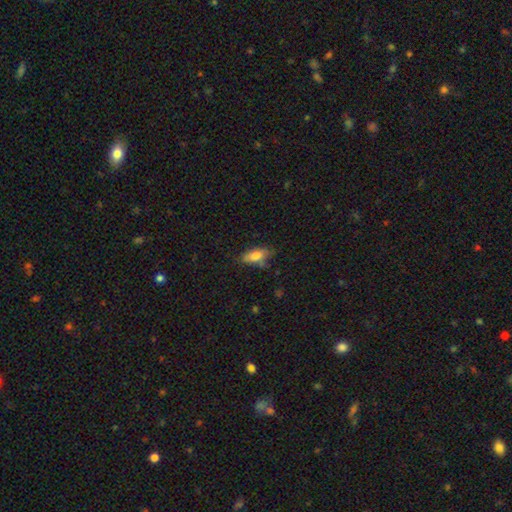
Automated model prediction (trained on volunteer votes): A smooth galaxy with no disk features (76%) that is in between round and cigar-shaped (82%).

Vote fractions:
- Smooth or featured? smooth: 76% / featured or disk: 16% / star or artifact: 8%
- How rounded? in between: 82% / cigar-shaped: 14% / round: 4%
- Merging? none: 63% / minor disturbance: 26% / major disturbance: 7% / merger: 3%